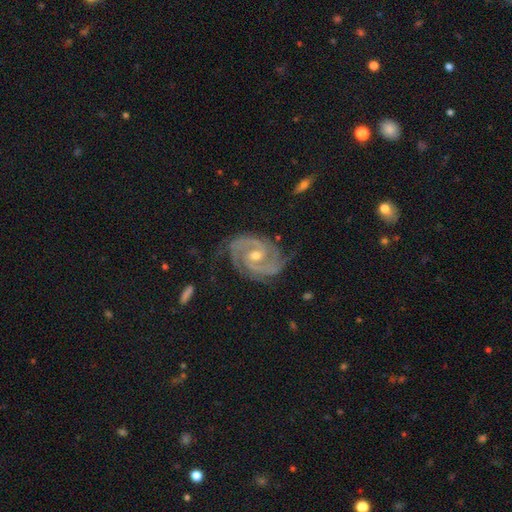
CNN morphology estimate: The model was most divided on "bar": no: 47%, weak: 38%, strong: 15%. More confident: spiral arms — yes (99%); edge-on disk — no (98%); smooth or featured — featured or disk (93%); spiral arm count — 2 (80%); merging — none (75%); bulge size — moderate (63%); spiral winding — tight (60%).